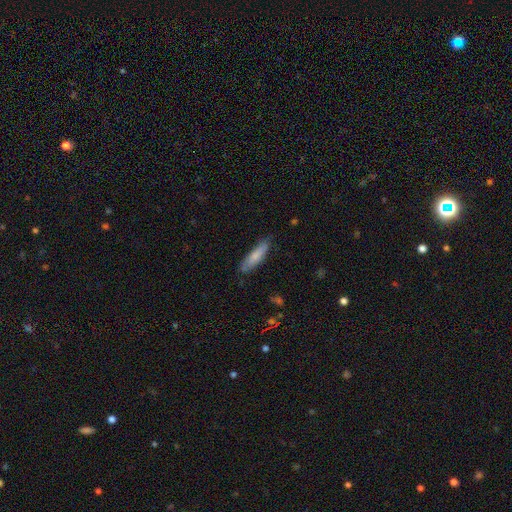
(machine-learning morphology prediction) This is likely a smooth galaxy (76%). How rounded: likely cigar-shaped (72%). Merging: clearly none (81%).